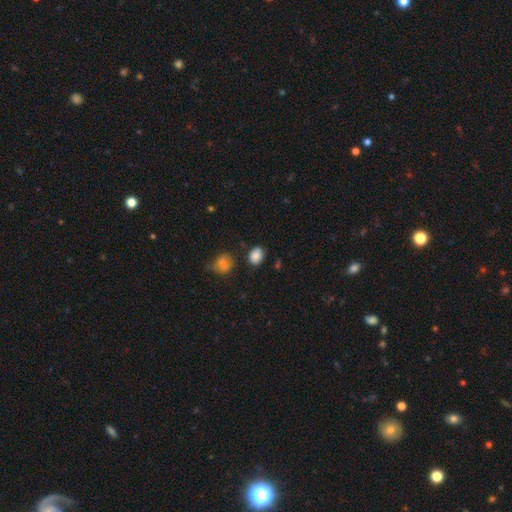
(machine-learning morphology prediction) This appears to be a smooth galaxy with no disk features (86%) that is in between round and cigar-shaped (64%). Merging: none (77%).